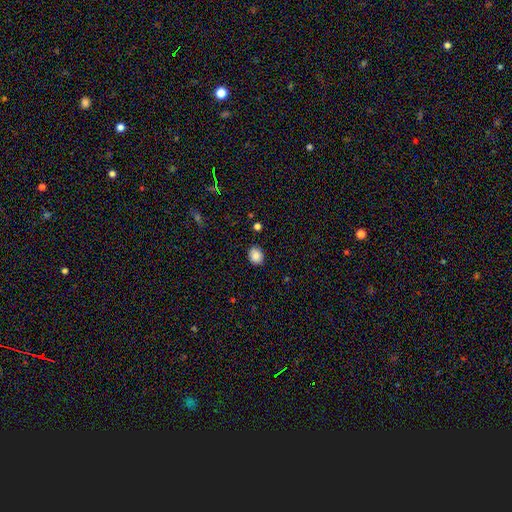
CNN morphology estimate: Smooth or featured? smooth (85%)
How rounded? round (58%)
Merging? none (87%)